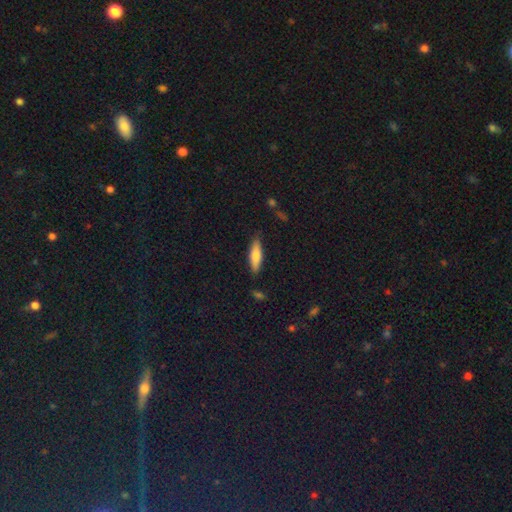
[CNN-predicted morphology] This is likely a smooth galaxy (75%). How rounded: possibly cigar-shaped (56%). Merging: clearly none (83%).